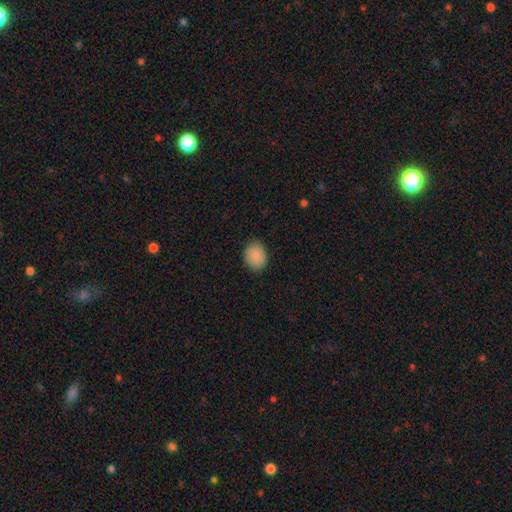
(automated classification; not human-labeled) smooth-or-featured: smooth: 88% | star or artifact: 7% | featured or disk: 5%
  how-rounded: in between: 56% | round: 43% | cigar-shaped: 1%
  merging: none: 86% | minor disturbance: 10% | major disturbance: 2% | merger: 1%